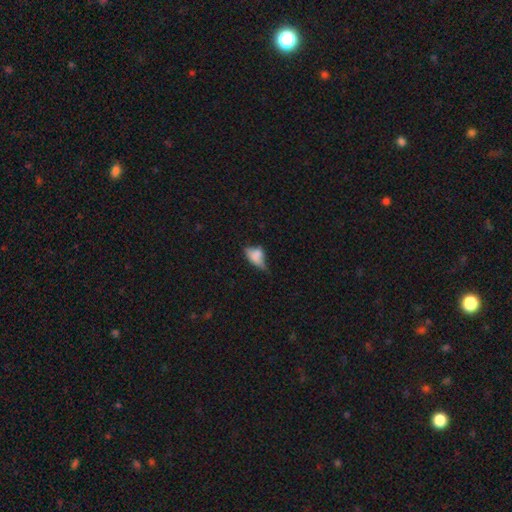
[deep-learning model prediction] Overall: smooth (65%). How rounded: in between (81%). Merging: minor disturbance (36%; none 30%).